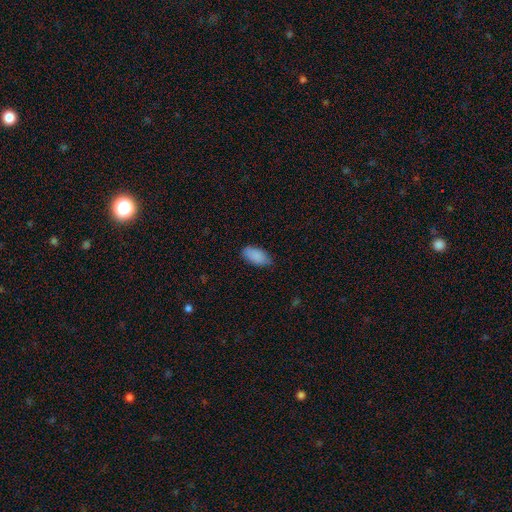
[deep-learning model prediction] Smooth or featured?
  - smooth: 88% *
  - star or artifact: 7%
  - featured or disk: 5%
How rounded?
  - in between: 94% *
  - cigar-shaped: 3%
  - round: 3%
Merging?
  - none: 73% *
  - minor disturbance: 22%
  - major disturbance: 4%
  - merger: 1%